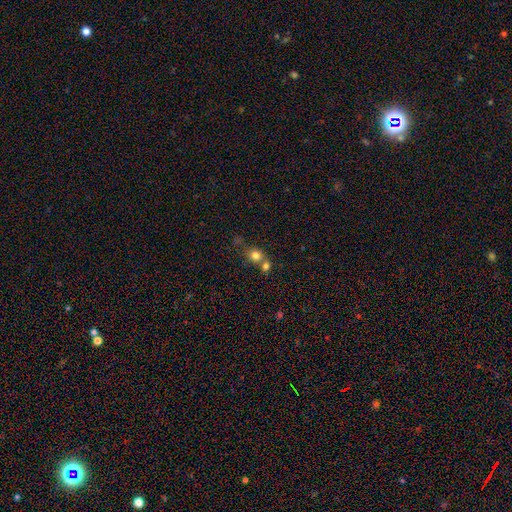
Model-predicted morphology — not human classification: The model was most divided on "merging": merger: 45%, none: 44%, minor disturbance: 8%, major disturbance: 4%. More confident: smooth or featured — smooth (78%); how rounded — round (78%).